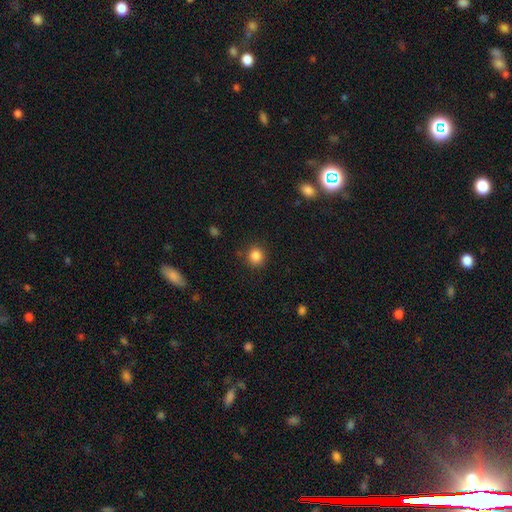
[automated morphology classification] Smooth or featured? smooth (85%)
How rounded? round (90%)
Merging? none (87%)